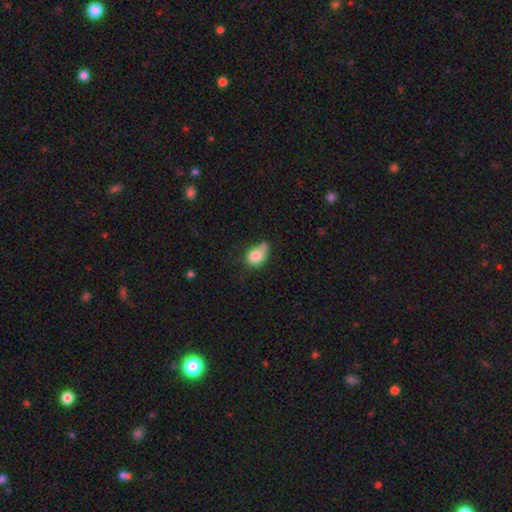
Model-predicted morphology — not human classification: Overall: smooth (80%). How rounded: in between (53%; round 45%). Merging: minor disturbance (34%; none 33%).